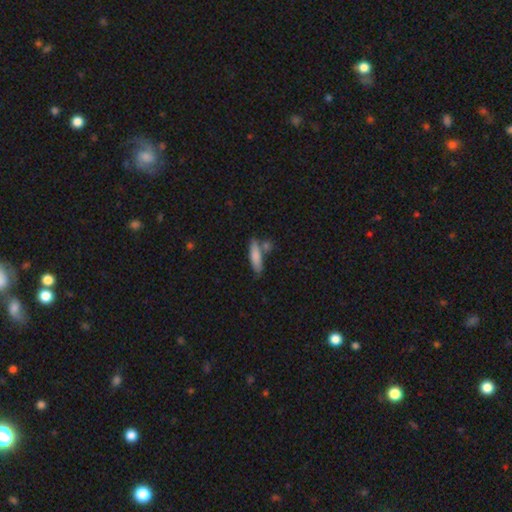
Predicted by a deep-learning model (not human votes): This appears to be a smooth galaxy with no disk features (79%) that is cigar-shaped (70%). Merging: none (67%).